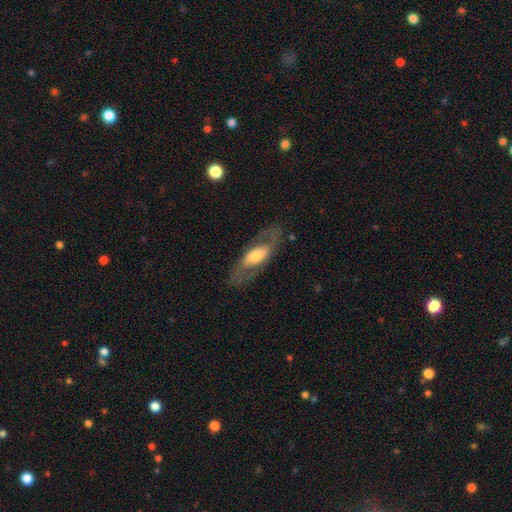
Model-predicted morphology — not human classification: Q: Smooth or featured?
A: featured or disk (63%); runner-up: smooth (31%)
Q: Edge-on disk?
A: no (82%); runner-up: yes (18%)
Q: Bar?
A: no (46%); runner-up: weak (31%)
Q: Spiral arms?
A: yes (60%); runner-up: no (40%)
Q: Bulge size?
A: moderate (41%); runner-up: large (35%)
Q: Merging?
A: none (76%); runner-up: minor disturbance (13%)